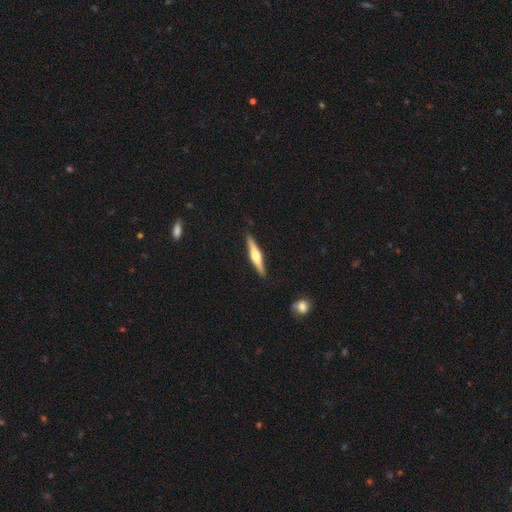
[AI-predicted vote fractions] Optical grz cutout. It shows a featured or disk galaxy (68%) viewed edge-on (98%) with a rounded central bulge (92%). Merging: none (90%).